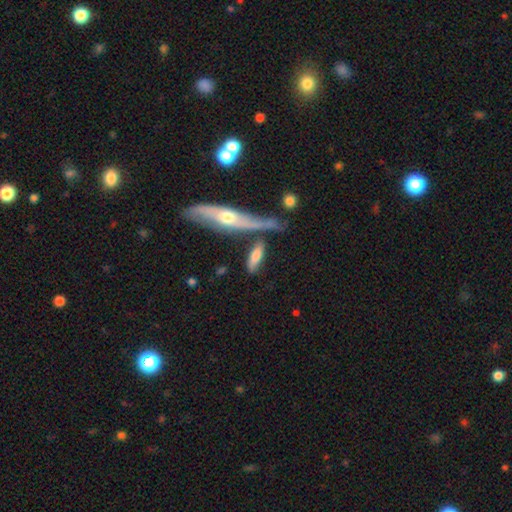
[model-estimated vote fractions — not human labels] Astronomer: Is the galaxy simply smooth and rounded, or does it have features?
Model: smooth — 65%.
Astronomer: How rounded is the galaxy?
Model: cigar-shaped — 51% (runner-up: in between, 46%).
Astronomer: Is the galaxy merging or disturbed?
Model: none — 56%.